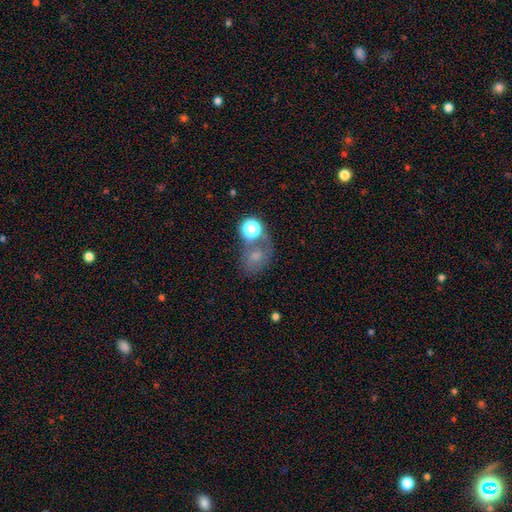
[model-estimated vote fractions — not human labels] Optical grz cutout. It shows a smooth galaxy with no disk features (55%) that is round (49%, tied with in between). Merging: none (46%).